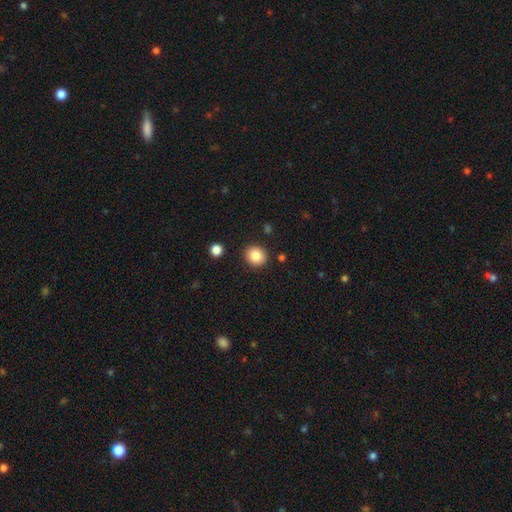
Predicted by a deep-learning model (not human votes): This appears to be a smooth galaxy with no disk features (85%) that is round (78%). Merging: none (89%).